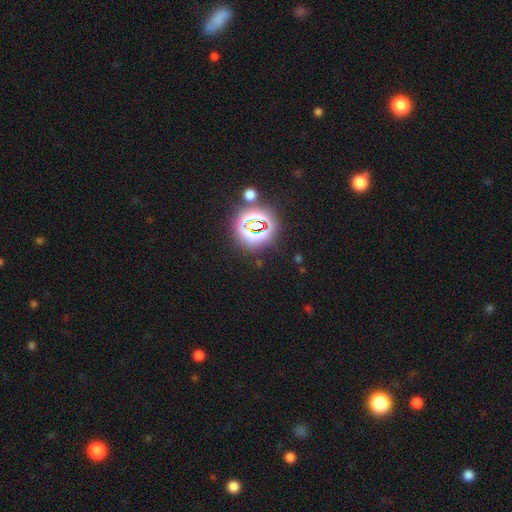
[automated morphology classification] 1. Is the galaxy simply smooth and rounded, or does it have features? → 83% star or artifact, 11% smooth, 6% featured or disk.